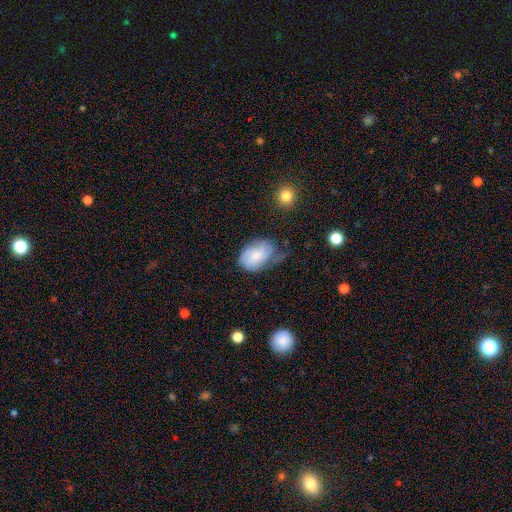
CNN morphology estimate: Smooth or featured? smooth (66%)
How rounded? in between (85%)
Merging? minor disturbance (41%)